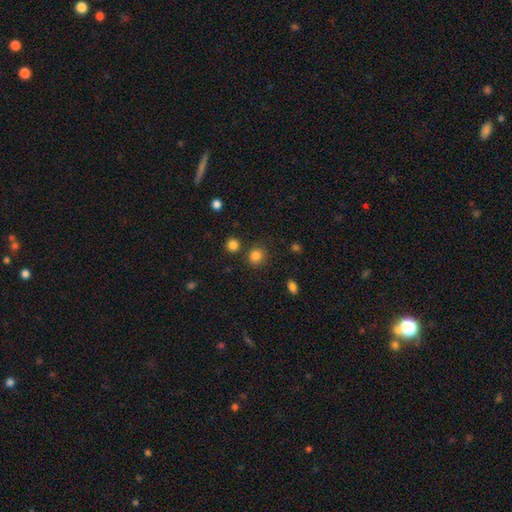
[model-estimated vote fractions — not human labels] smooth_or_featured: smooth (p=0.83) [alt: star or artifact p=0.13]
how_rounded: round (p=0.88) [alt: in between p=0.11]
merging: none (p=0.83) [alt: minor disturbance p=0.08]